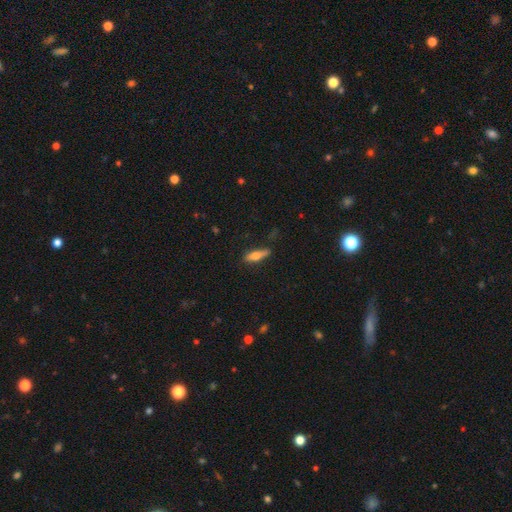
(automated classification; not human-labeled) A smooth galaxy with no disk features (56%) that is cigar-shaped (65%).

Vote fractions:
- Smooth or featured? smooth: 56% / featured or disk: 38% / star or artifact: 6%
- How rounded? cigar-shaped: 65% / in between: 33% / round: 3%
- Merging? none: 77% / minor disturbance: 17% / major disturbance: 4% / merger: 2%